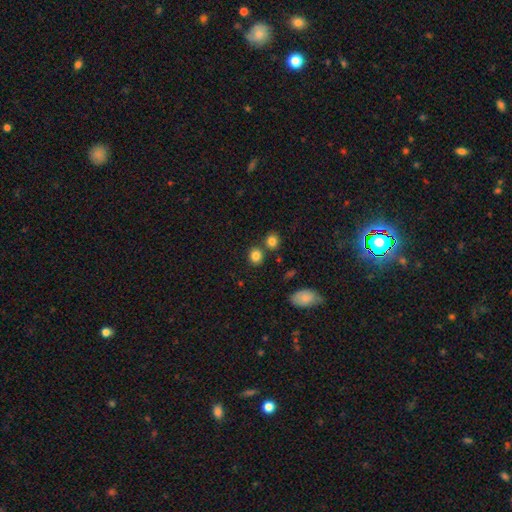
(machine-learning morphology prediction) A smooth galaxy with no disk features (83%) that is round (71%). Merging: none (72%).